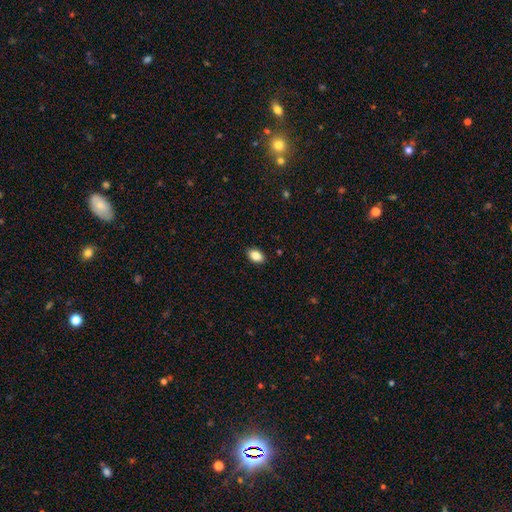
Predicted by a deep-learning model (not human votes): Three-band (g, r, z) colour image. It shows a smooth galaxy with no disk features (87%) that is in between round and cigar-shaped (89%). Merging: none (88%).